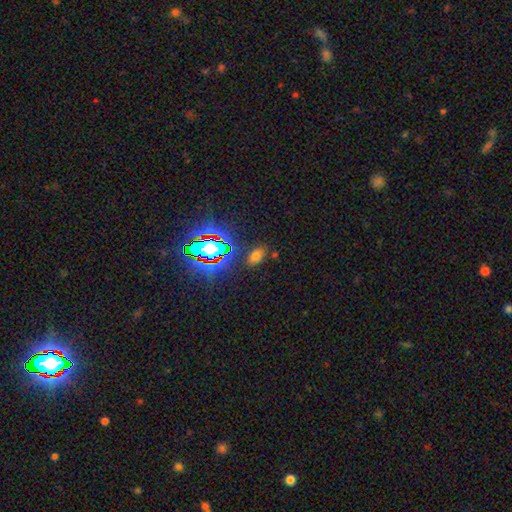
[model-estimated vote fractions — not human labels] Smooth or featured: smooth — 60% (star or artifact — 32%)
How rounded: in between — 86% (round — 11%)
Merging: none — 81% (minor disturbance — 12%)